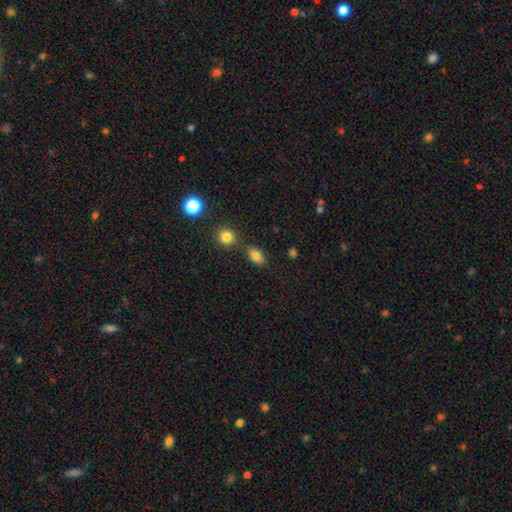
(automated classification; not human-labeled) This appears to be a smooth galaxy with no disk features (83%) that is in between round and cigar-shaped (84%). Merging: none (74%).